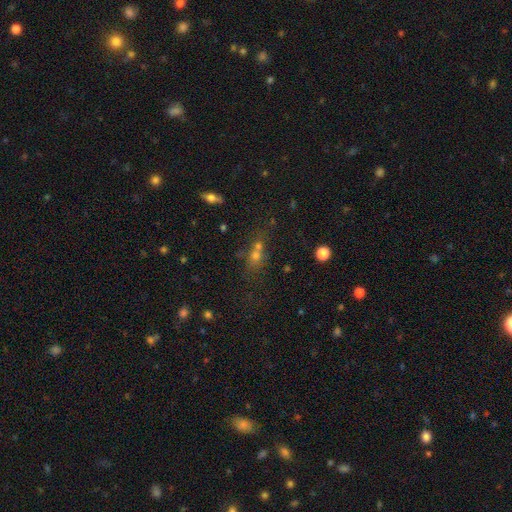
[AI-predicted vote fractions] A smooth galaxy with no disk features (58%) that is round (63%). Merging: merger (44%).